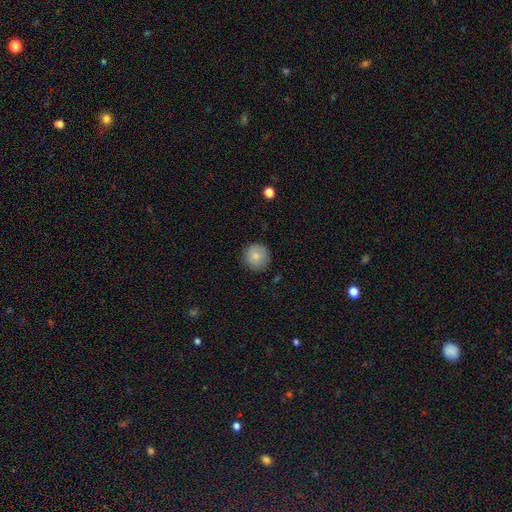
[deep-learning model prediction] A smooth galaxy with no disk features (83%) that is round (95%).

Vote fractions:
- Smooth or featured? smooth: 83% / featured or disk: 9% / star or artifact: 8%
- How rounded? round: 95% / in between: 4% / cigar-shaped: 1%
- Merging? none: 87% / minor disturbance: 10% / major disturbance: 2% / merger: 1%